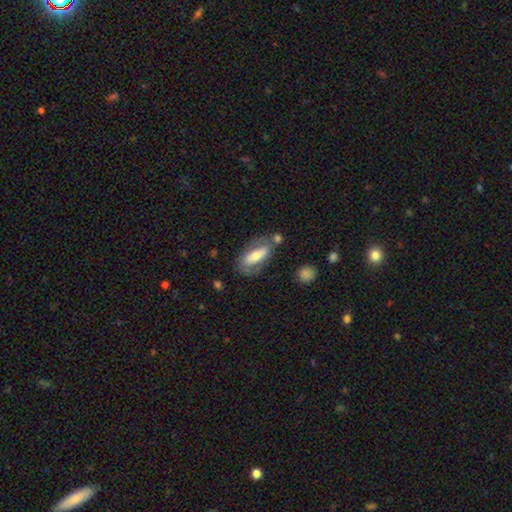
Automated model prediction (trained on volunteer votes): Morphology: type=smooth (50%); merging=none (62%).